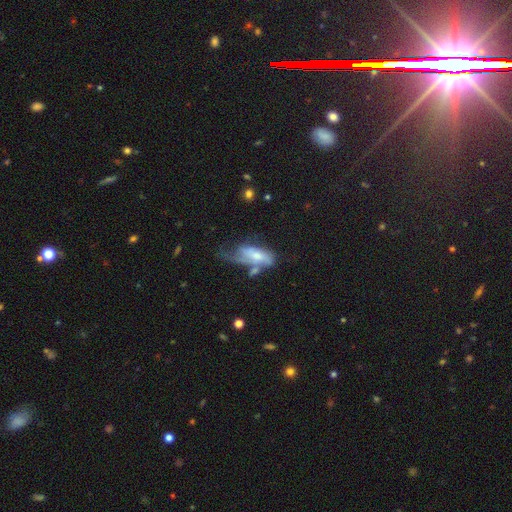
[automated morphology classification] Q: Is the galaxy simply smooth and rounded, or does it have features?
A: smooth — 48%.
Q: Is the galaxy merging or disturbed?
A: major disturbance — 41%.